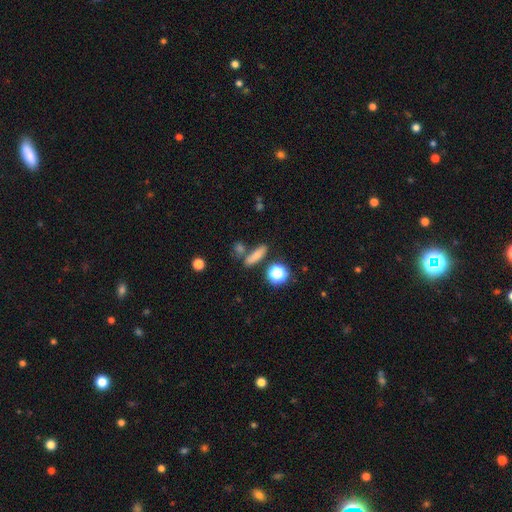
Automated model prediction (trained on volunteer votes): Smooth or featured? smooth (74%)
How rounded? cigar-shaped (54%)
Merging? none (68%)